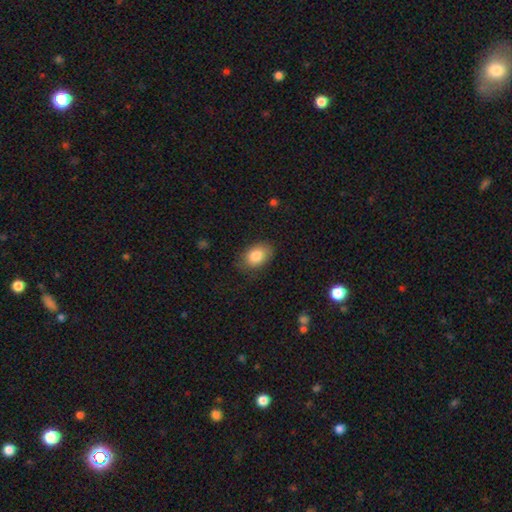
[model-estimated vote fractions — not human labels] A smooth galaxy with no disk features (84%) that is in between round and cigar-shaped (84%). Merging: none (77%).